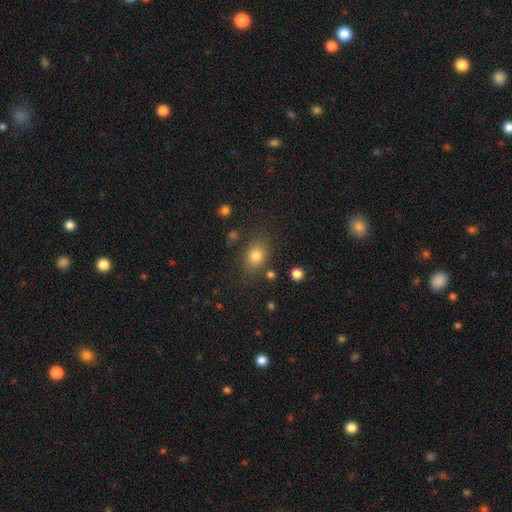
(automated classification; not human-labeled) A smooth galaxy with no disk features (79%) that is in between round and cigar-shaped (60%). Merging: none (78%).